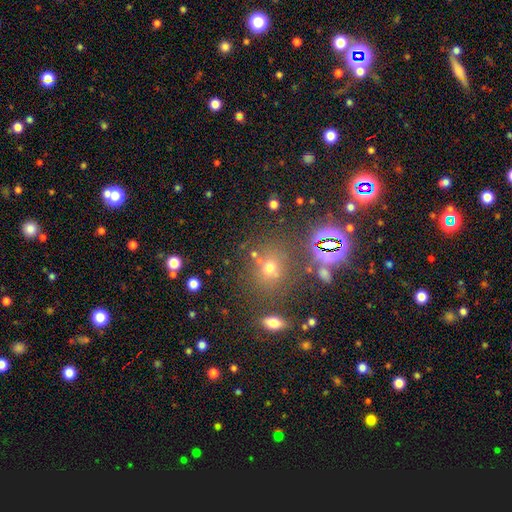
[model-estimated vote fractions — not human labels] Overall: smooth (46%; star or artifact 43%). Merging: none (74%).